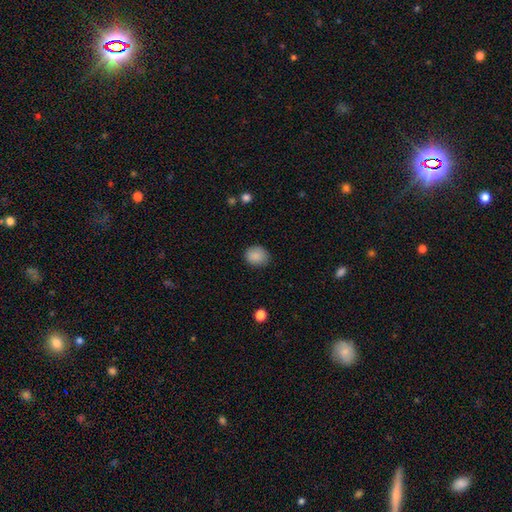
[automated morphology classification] smooth 87%, star or artifact 9%, featured or disk 4%. Down the decision tree: how rounded — round (64%); merging — none (80%).